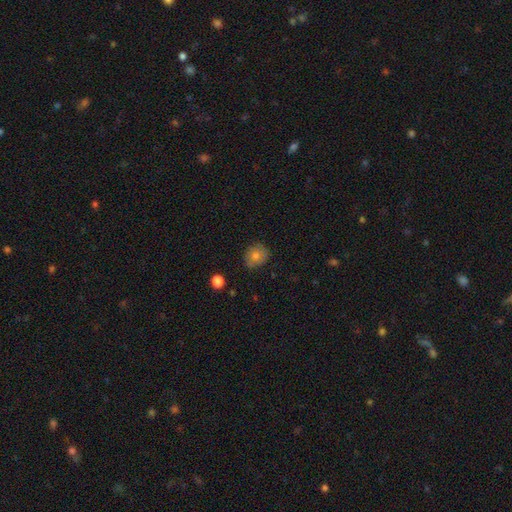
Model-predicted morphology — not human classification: A smooth galaxy with no disk features (75%) that is round (75%). Merging: none (82%).